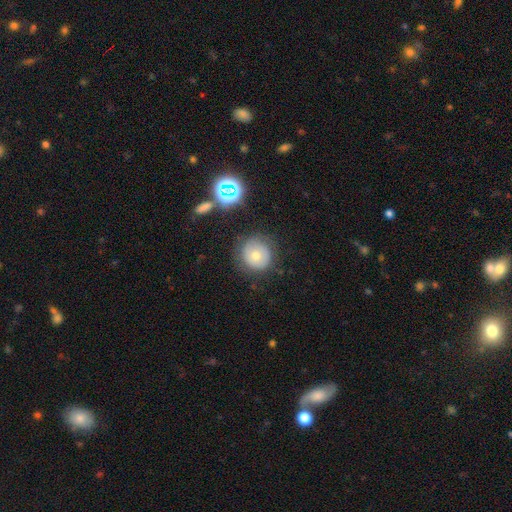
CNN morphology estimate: This is possibly a smooth galaxy (58%). How rounded: clearly round (91%). Merging: likely none (74%).